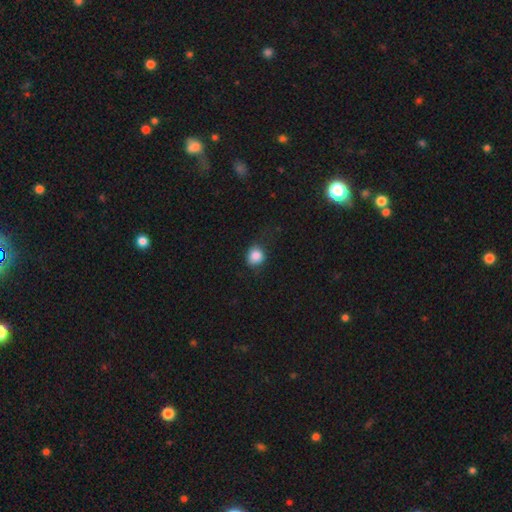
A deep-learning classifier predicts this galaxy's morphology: smooth-or-featured: smooth: 85% | star or artifact: 9% | featured or disk: 5%
  how-rounded: round: 78% | in between: 21% | cigar-shaped: 1%
  merging: none: 70% | minor disturbance: 21% | major disturbance: 7% | merger: 1%